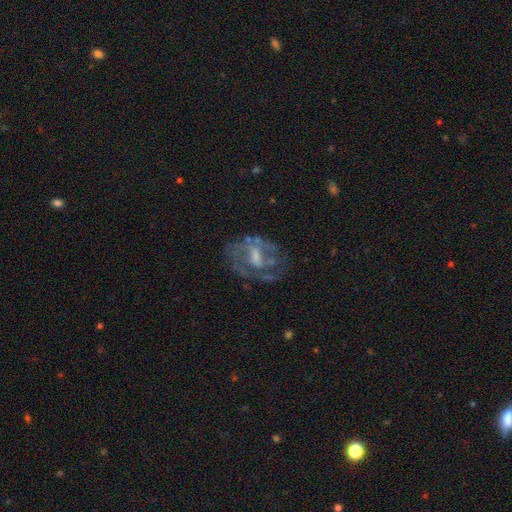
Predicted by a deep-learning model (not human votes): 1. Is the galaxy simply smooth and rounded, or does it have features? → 74% featured or disk, 16% smooth, 10% star or artifact.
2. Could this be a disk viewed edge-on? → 96% no, 4% yes.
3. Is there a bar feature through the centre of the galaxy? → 46% weak, 37% no, 17% strong.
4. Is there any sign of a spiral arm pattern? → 64% yes, 36% no.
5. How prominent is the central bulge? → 38% moderate, 28% small, 23% none, 8% large, 1% dominant.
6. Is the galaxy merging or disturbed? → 57% none, 20% major disturbance, 20% minor disturbance, 3% merger.